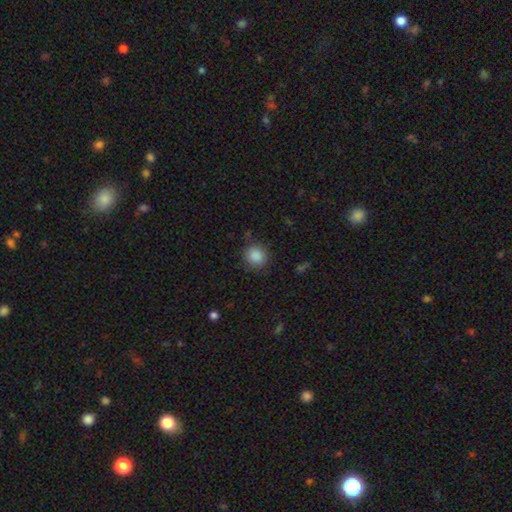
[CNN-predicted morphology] smooth-or-featured: smooth: 87% | star or artifact: 9% | featured or disk: 3%
  how-rounded: round: 85% | in between: 14% | cigar-shaped: 1%
  merging: none: 86% | minor disturbance: 10% | major disturbance: 3% | merger: 1%